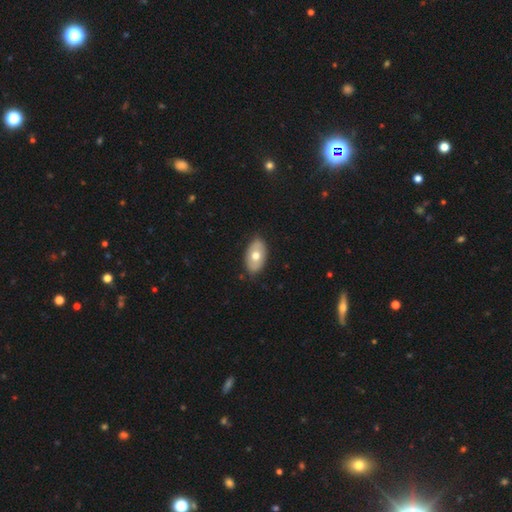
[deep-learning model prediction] smooth_or_featured: smooth (p=0.64) [alt: featured or disk p=0.30]
how_rounded: in between (p=0.92) [alt: round p=0.07]
merging: none (p=0.82) [alt: minor disturbance p=0.14]